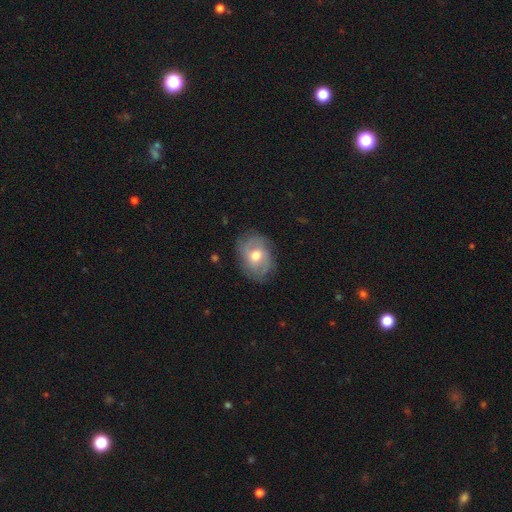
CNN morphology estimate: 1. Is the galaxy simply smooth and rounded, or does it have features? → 58% featured or disk, 35% smooth, 7% star or artifact.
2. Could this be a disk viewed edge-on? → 95% no, 5% yes.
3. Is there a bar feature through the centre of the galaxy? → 53% no, 38% weak, 9% strong.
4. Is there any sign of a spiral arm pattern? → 75% yes, 25% no.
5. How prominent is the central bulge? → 75% moderate, 15% small, 8% large, 1% none, 1% dominant.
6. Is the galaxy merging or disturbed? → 74% none, 19% minor disturbance, 6% major disturbance, 1% merger.